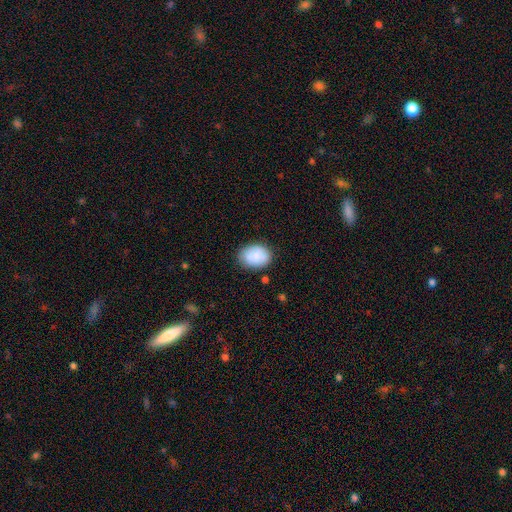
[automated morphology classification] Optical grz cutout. It shows a smooth galaxy with no disk features (86%) that is in between round and cigar-shaped (72%). Merging: none (78%).